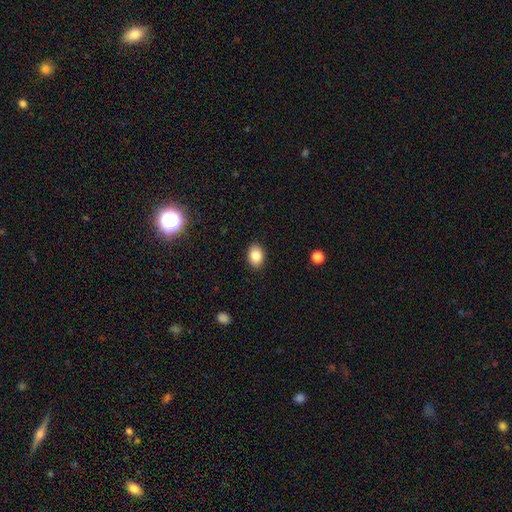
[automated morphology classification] type=smooth (85%); roundness=in between (74%); merging=none (89%).